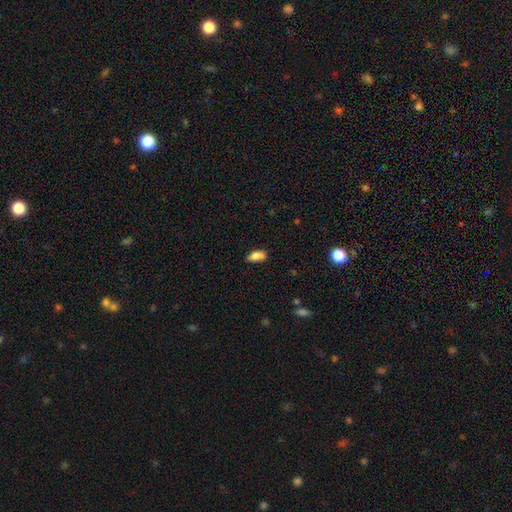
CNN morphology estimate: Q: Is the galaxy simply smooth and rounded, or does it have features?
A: smooth — 78%.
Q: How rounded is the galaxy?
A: in between — 89%.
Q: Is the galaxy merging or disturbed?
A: none — 70%.